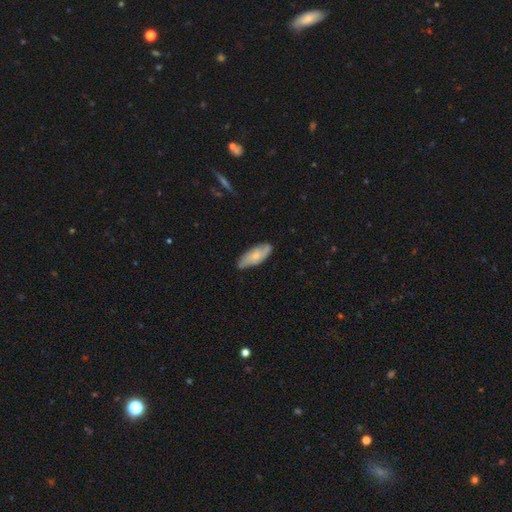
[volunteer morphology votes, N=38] type=featured or disk (50%); edge-on=no (74%); bar=no (86%); spiral arms=yes (86%); winding=medium (50%); arm count=2 (67%); bulge=moderate (64%); merging=none (89%).